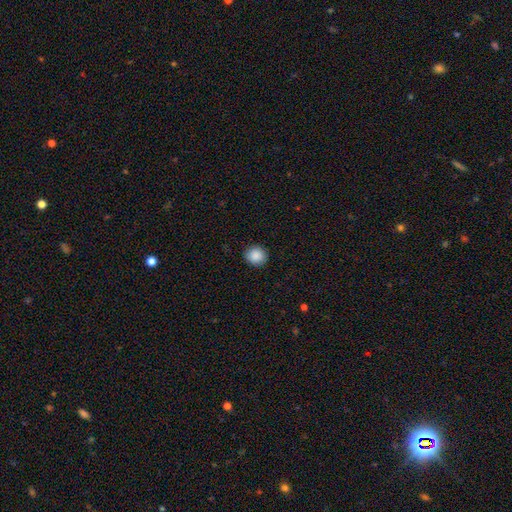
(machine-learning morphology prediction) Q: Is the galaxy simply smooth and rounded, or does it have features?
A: smooth — 89%.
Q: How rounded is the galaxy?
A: round — 87%.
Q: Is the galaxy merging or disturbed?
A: none — 91%.